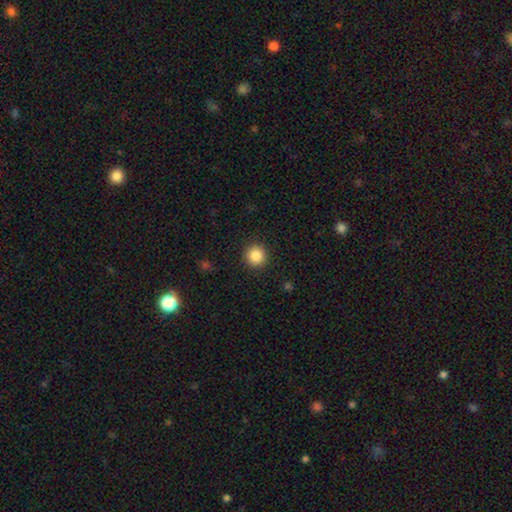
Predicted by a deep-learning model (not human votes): Smooth or featured? smooth (86%)
How rounded? round (95%)
Merging? none (92%)